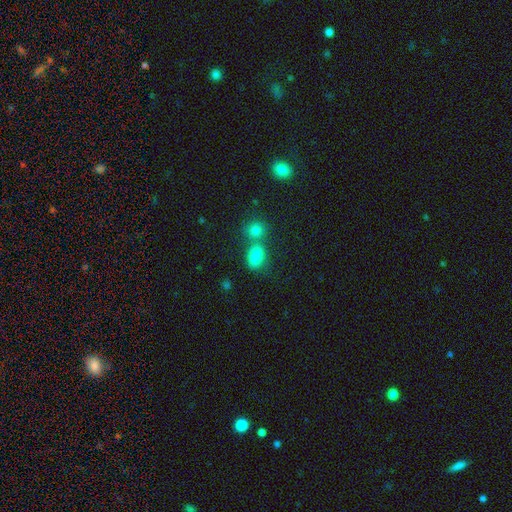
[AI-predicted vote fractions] This appears to be a smooth galaxy with no disk features (81%) that is in between round and cigar-shaped (75%). Merging: none (46%).